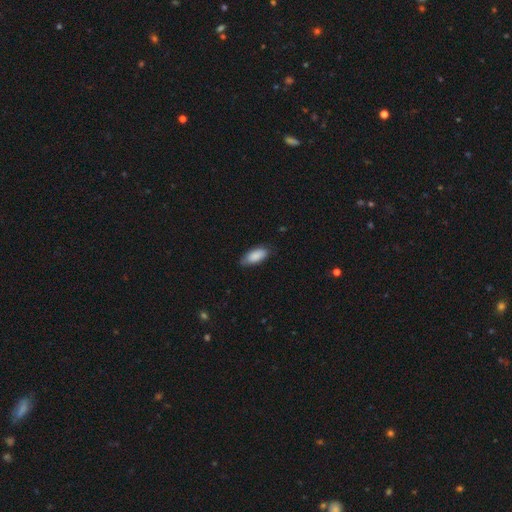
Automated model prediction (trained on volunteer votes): smooth-or-featured: smooth: 88% | featured or disk: 6% | star or artifact: 6%
  how-rounded: in between: 86% | cigar-shaped: 12% | round: 2%
  merging: none: 74% | minor disturbance: 22% | major disturbance: 3% | merger: 1%